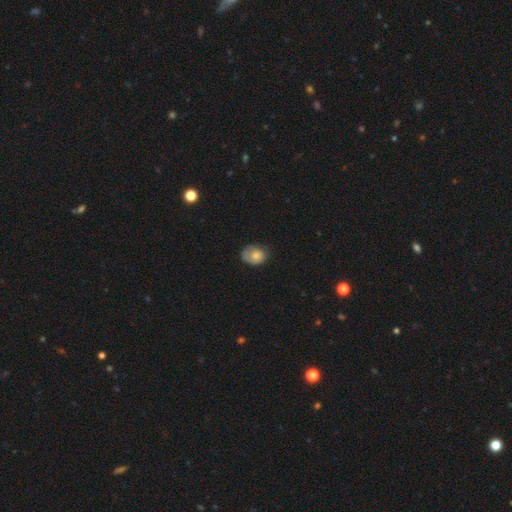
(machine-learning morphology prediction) smooth 68%, featured or disk 24%, star or artifact 8%. Down the decision tree: how rounded — in between (55%); merging — none (53%).